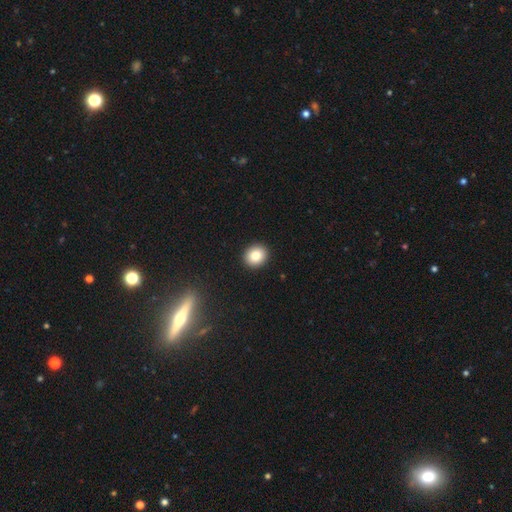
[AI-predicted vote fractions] Overall: smooth (84%). How rounded: round (77%). Merging: none (92%).